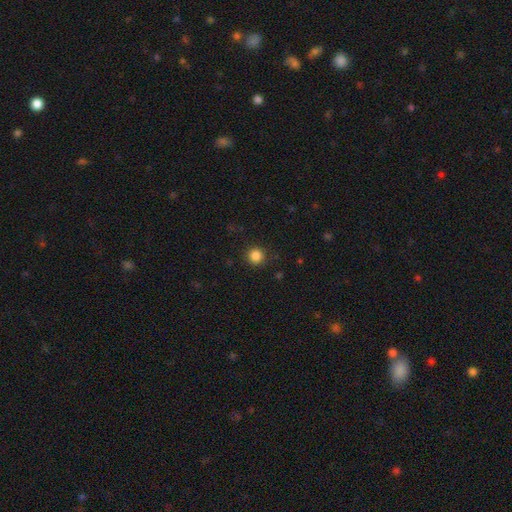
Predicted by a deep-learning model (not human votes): A smooth galaxy with no disk features (85%) that is round (94%).

Vote fractions:
- Smooth or featured? smooth: 85% / star or artifact: 11% / featured or disk: 3%
- How rounded? round: 94% / in between: 5% / cigar-shaped: 1%
- Merging? none: 90% / minor disturbance: 6% / major disturbance: 2% / merger: 1%